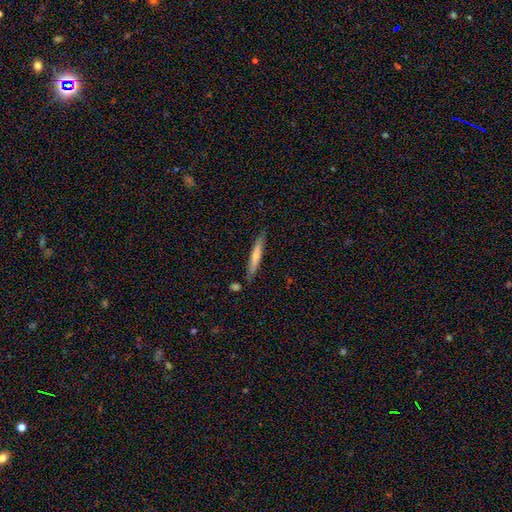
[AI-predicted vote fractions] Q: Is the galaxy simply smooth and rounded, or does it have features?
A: smooth — 48%.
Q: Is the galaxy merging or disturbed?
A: none — 84%.